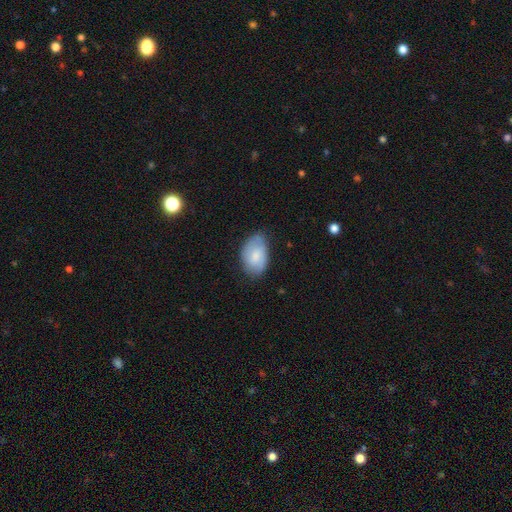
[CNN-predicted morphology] Smooth or featured? smooth (74%)
How rounded? in between (90%)
Merging? none (66%)